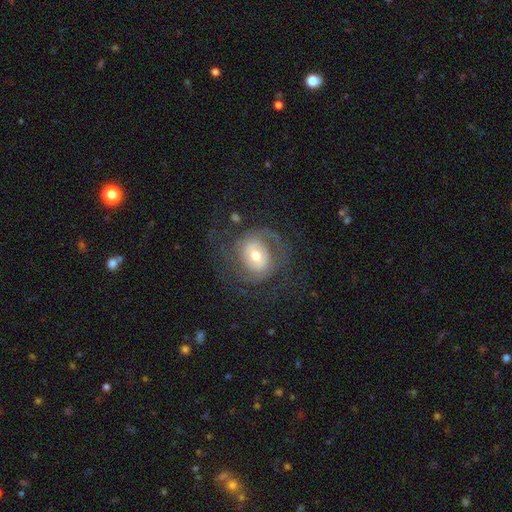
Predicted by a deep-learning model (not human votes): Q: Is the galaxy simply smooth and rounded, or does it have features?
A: featured or disk — 80%.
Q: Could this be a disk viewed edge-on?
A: no — 97%.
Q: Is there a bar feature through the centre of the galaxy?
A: no — 50%.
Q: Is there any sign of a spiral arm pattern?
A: yes — 91%.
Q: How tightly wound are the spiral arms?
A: medium — 42%.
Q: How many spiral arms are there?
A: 2 — 63%.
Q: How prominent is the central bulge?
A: moderate — 57%.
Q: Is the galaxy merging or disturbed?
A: none — 65%.